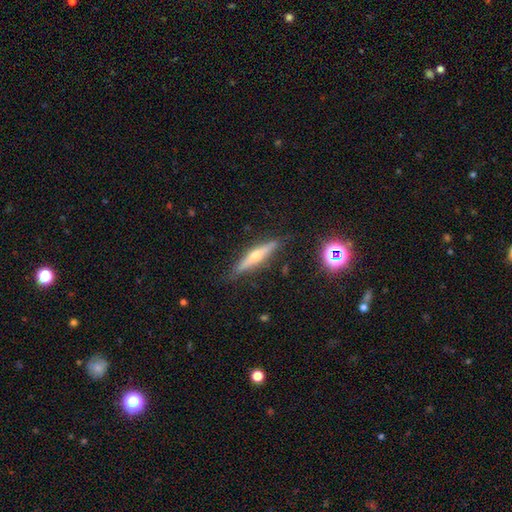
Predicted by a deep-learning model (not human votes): This is likely a featured or disk galaxy (65%). It is clearly viewed edge-on (96%). Edge-on bulge: clearly rounded (90%). Merging: clearly none (86%).